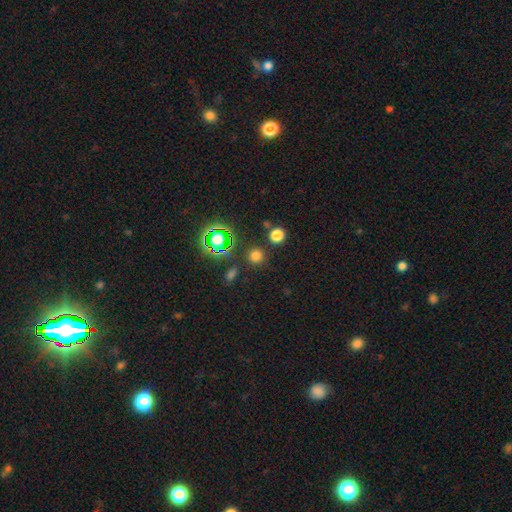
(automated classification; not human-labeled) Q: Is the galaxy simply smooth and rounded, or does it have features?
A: smooth — 68%.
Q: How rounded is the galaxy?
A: round — 91%.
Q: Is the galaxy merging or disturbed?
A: none — 85%.